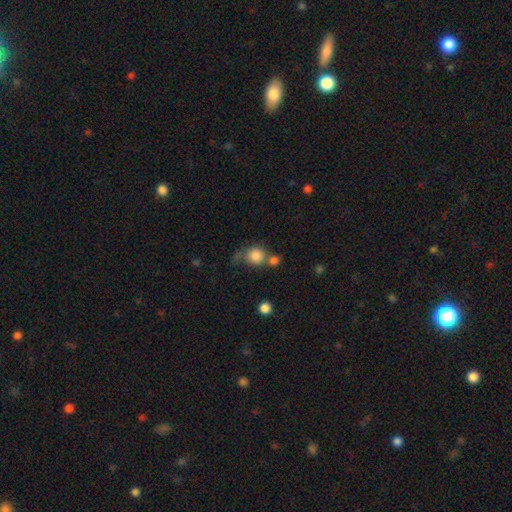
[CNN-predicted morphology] A smooth galaxy with no disk features (83%) that is round (83%). Merging: none (42%).